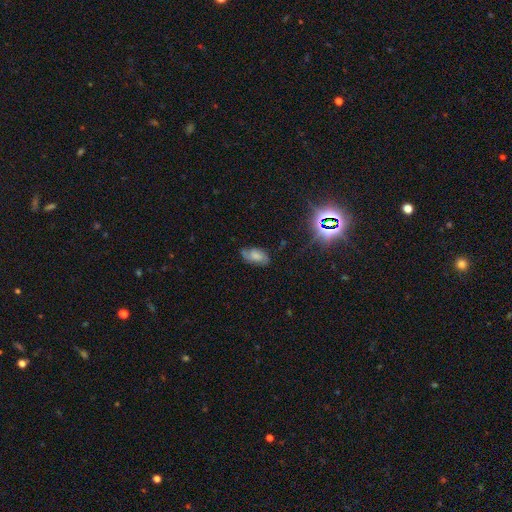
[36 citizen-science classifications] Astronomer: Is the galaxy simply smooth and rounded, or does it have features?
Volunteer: featured or disk — 50% (runner-up: smooth, 44%).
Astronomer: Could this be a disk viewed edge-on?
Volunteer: no — 94%.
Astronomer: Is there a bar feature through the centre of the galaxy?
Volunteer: weak — 53% (runner-up: no, 47%).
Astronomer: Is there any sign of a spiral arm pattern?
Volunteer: yes — 88%.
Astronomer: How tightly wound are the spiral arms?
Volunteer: medium — 53% (runner-up: tight, 33%).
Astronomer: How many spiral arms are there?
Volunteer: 2 — 47% (runner-up: can't tell, 27%).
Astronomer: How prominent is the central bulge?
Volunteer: moderate — 53%.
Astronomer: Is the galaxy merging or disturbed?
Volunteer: none — 74%.